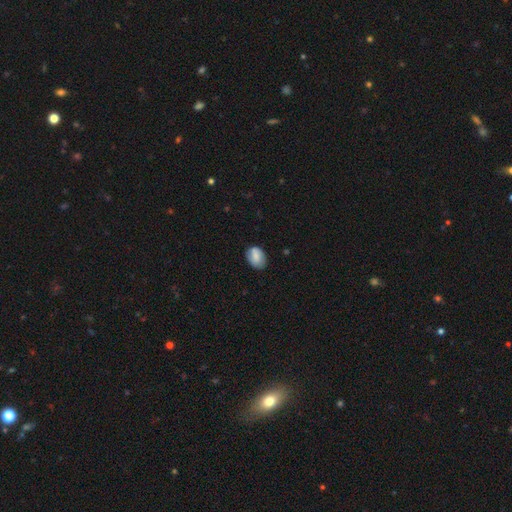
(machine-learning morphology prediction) Smooth or featured? Predicted: smooth (p=0.76). How rounded? Predicted: in between (p=0.74). Merging? Predicted: none (p=0.74).